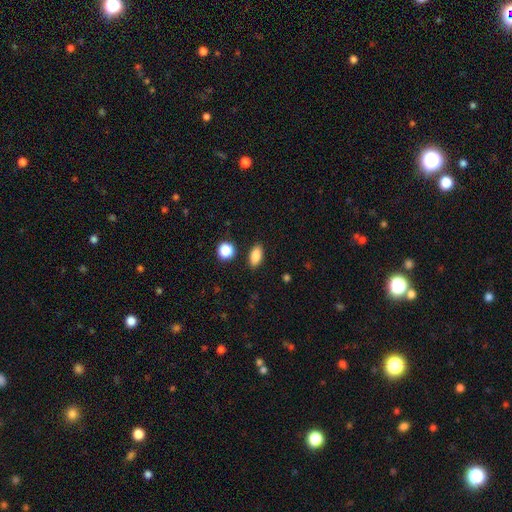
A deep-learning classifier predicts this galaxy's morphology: type=smooth (86%); roundness=in between (86%); merging=none (87%).